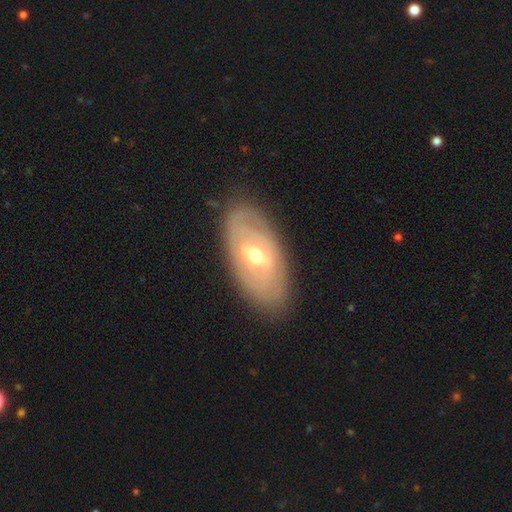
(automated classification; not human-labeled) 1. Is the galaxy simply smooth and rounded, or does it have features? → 64% featured or disk, 29% smooth, 7% star or artifact.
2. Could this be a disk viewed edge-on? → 87% no, 13% yes.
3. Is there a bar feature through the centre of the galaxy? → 52% no, 35% weak, 13% strong.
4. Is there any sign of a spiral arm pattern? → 51% yes, 49% no.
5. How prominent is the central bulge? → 70% moderate, 23% small, 5% large, 1% dominant, 1% none.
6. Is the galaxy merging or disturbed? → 85% none, 11% minor disturbance, 3% major disturbance, 1% merger.